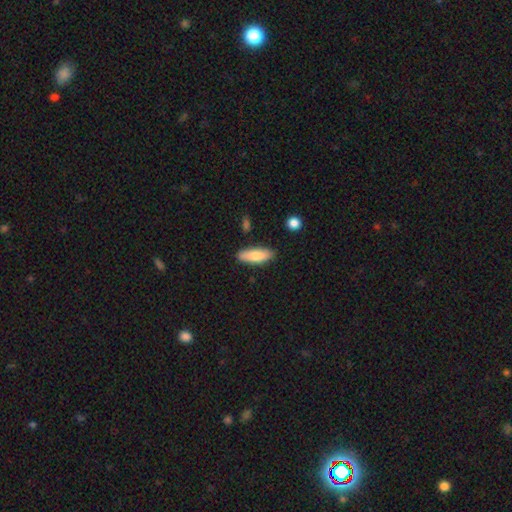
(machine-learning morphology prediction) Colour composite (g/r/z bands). It shows a smooth galaxy with no disk features (80%) that is in between round and cigar-shaped (58%). Merging: none (84%).